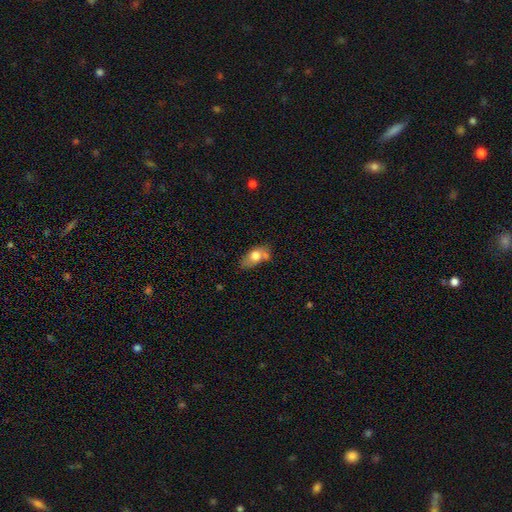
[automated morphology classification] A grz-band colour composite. It shows a smooth galaxy with no disk features (70%) that is in between round and cigar-shaped (85%). Merging: none (54%).